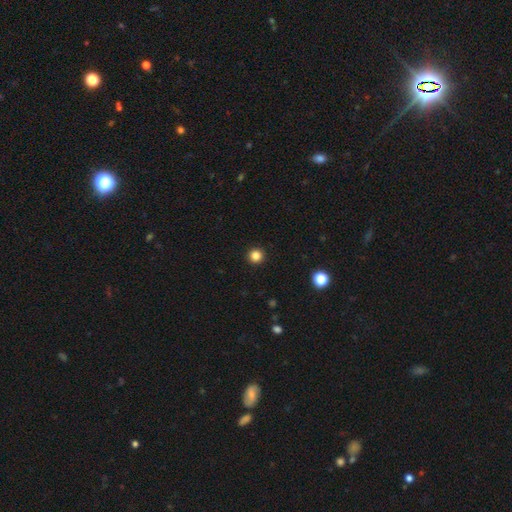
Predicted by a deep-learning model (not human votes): A smooth galaxy with no disk features (84%) that is round (96%). Merging: none (94%).